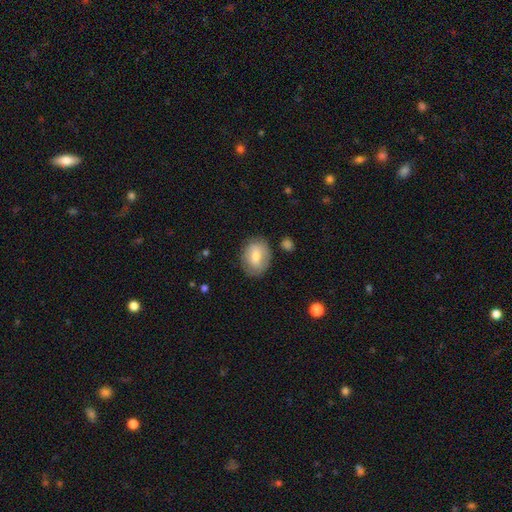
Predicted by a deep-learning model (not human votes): Morphology: type=smooth (67%); roundness=in between (67%); merging=none (77%).